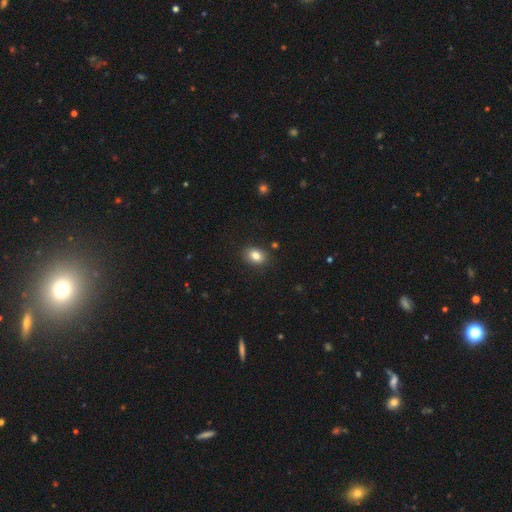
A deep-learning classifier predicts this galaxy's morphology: Smooth or featured? smooth (84%)
How rounded? in between (68%)
Merging? none (86%)